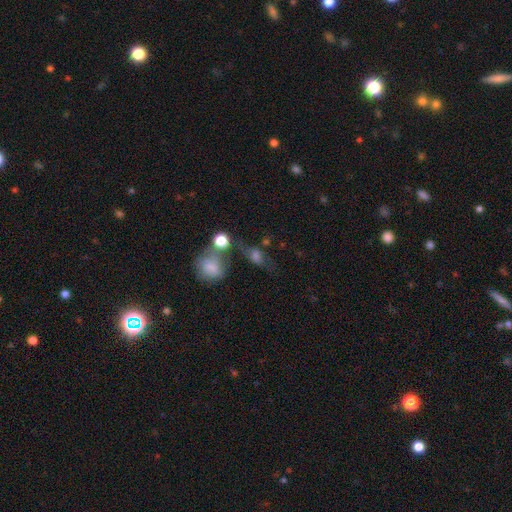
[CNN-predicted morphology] Overall: smooth (62%; featured or disk 23%). How rounded: in between (59%; round 34%). Merging: none (45%; minor disturbance 20%).